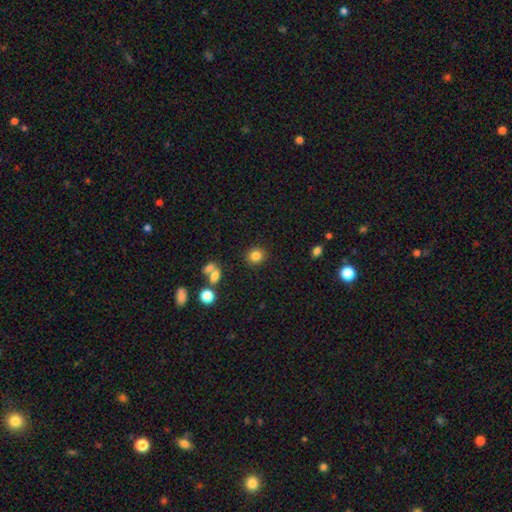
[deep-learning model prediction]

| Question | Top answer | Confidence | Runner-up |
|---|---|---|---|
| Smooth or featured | smooth | 83% | star or artifact (11%) |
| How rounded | round | 84% | in between (15%) |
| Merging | none | 87% | minor disturbance (7%) |